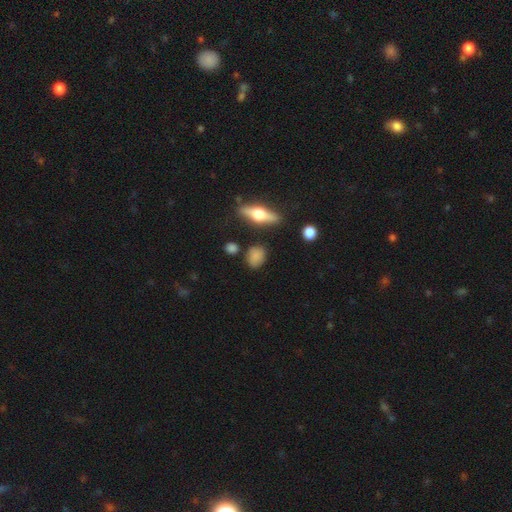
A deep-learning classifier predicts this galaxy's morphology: smooth_or_featured: smooth (p=0.77) [alt: featured or disk p=0.13]
how_rounded: in between (p=0.52) [alt: round p=0.44]
merging: none (p=0.74) [alt: minor disturbance p=0.17]